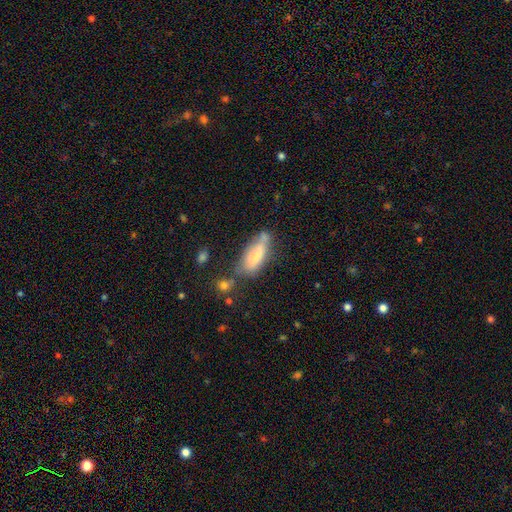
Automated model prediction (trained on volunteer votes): Overall: smooth (70%). How rounded: in between (66%; cigar-shaped 32%). Merging: none (44%; minor disturbance 28%).